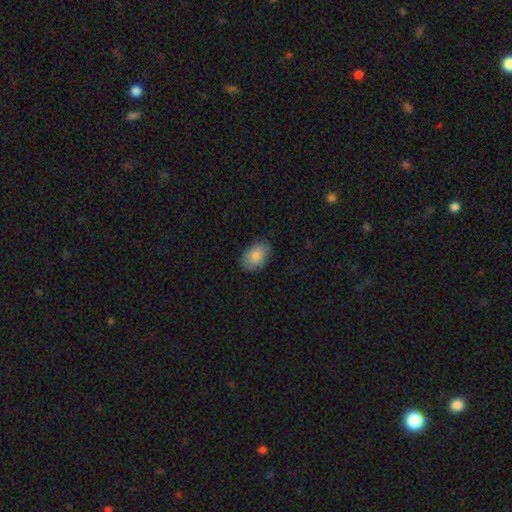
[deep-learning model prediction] Smooth or featured? Predicted: smooth (p=0.87). How rounded? Predicted: in between (p=0.86). Merging? Predicted: none (p=0.81).